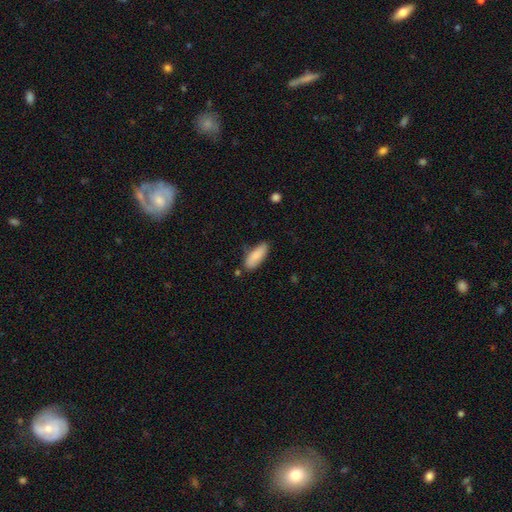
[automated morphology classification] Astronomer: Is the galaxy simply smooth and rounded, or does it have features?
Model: smooth — 86%.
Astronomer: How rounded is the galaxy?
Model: in between — 72%.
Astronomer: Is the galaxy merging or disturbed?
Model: none — 73%.